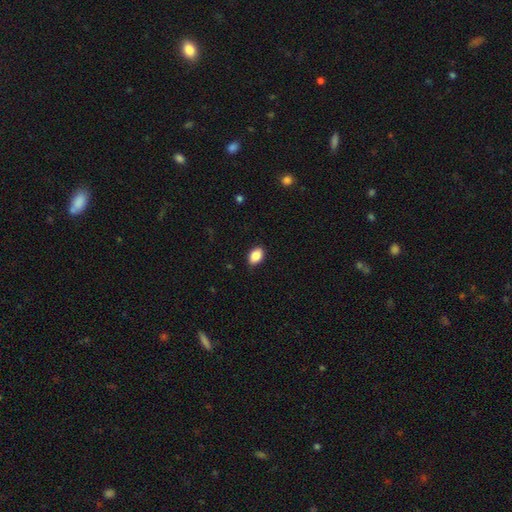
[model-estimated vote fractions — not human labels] Smooth or featured?
  - smooth: 88% *
  - star or artifact: 8%
  - featured or disk: 4%
How rounded?
  - in between: 86% *
  - round: 13%
  - cigar-shaped: 1%
Merging?
  - none: 85% *
  - minor disturbance: 12%
  - major disturbance: 2%
  - merger: 1%